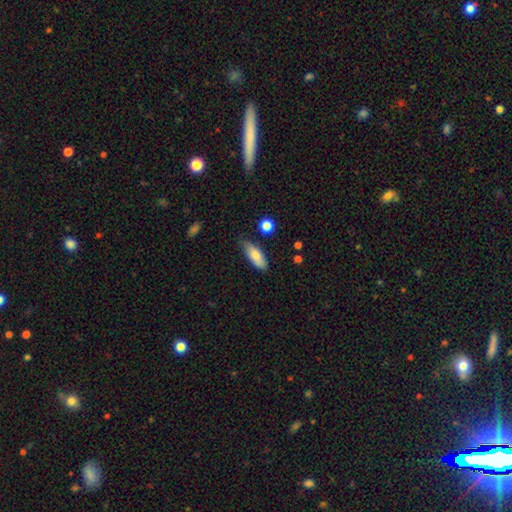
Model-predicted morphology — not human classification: This is likely a smooth galaxy (78%). How rounded: likely in between (70%). Merging: likely none (71%).